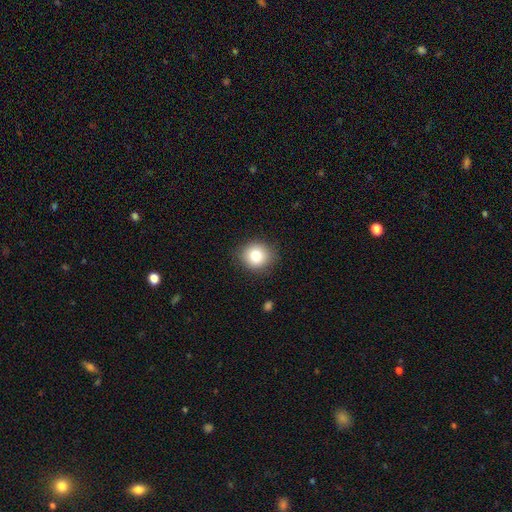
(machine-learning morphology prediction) Smooth or featured?
  - smooth: 80% *
  - star or artifact: 10%
  - featured or disk: 10%
How rounded?
  - round: 85% *
  - in between: 14%
  - cigar-shaped: 1%
Merging?
  - none: 86% *
  - minor disturbance: 10%
  - major disturbance: 3%
  - merger: 1%